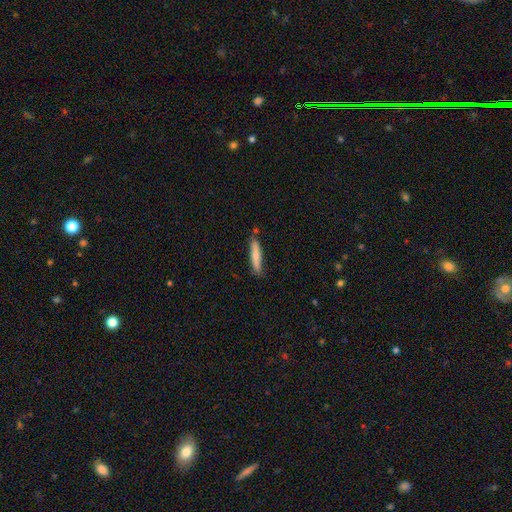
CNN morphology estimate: Smooth or featured? smooth (72%)
How rounded? cigar-shaped (89%)
Merging? none (78%)